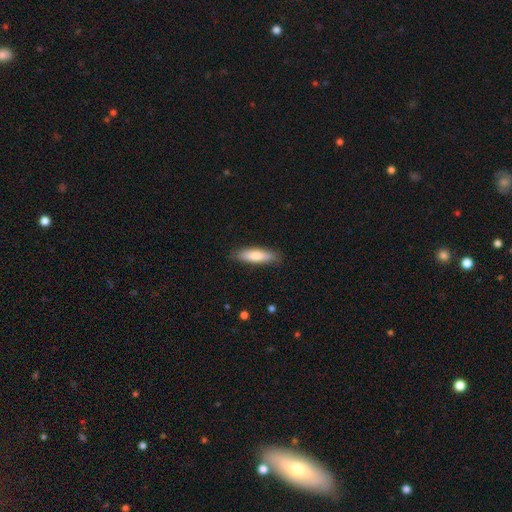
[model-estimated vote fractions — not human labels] Smooth or featured: smooth — 75% (featured or disk — 20%)
How rounded: cigar-shaped — 59% (in between — 39%)
Merging: none — 86% (minor disturbance — 11%)